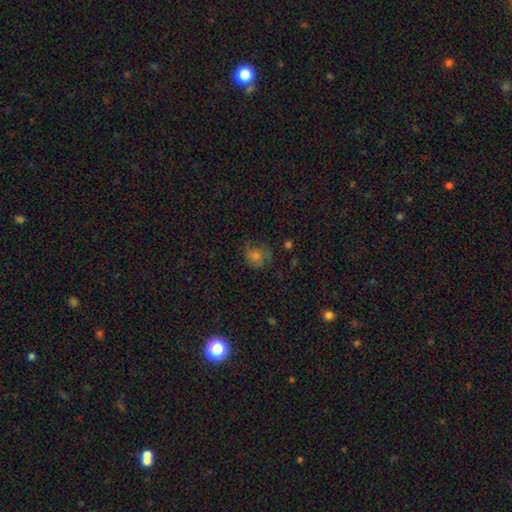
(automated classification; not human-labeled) smooth-or-featured: smooth: 58% | star or artifact: 22% | featured or disk: 20%
  how-rounded: round: 73% | in between: 26% | cigar-shaped: 1%
  merging: none: 60% | minor disturbance: 25% | major disturbance: 13% | merger: 2%